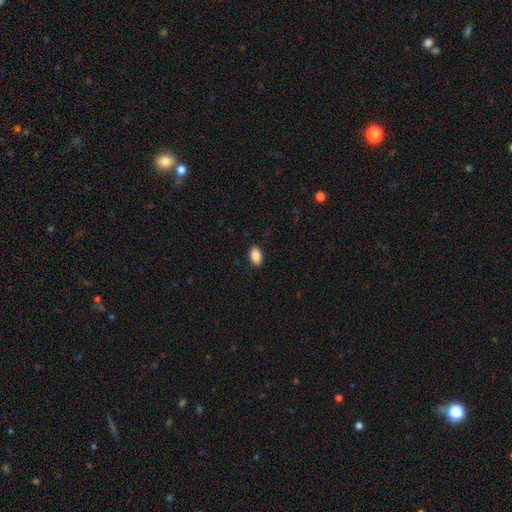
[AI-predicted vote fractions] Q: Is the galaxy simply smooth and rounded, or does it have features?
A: smooth — 88%.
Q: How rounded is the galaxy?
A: in between — 93%.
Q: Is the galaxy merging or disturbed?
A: none — 89%.